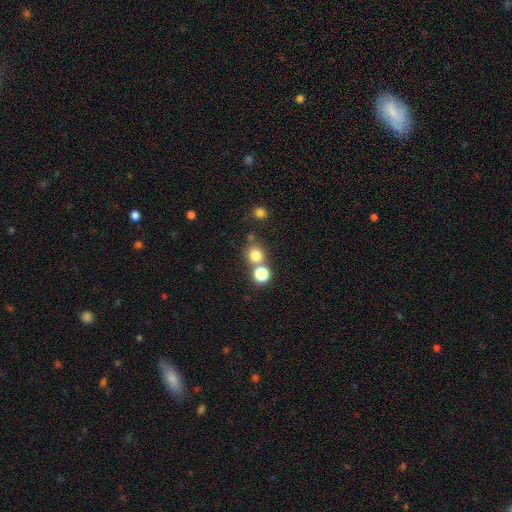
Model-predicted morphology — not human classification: Smooth or featured? smooth (75%)
How rounded? round (84%)
Merging? none (61%)